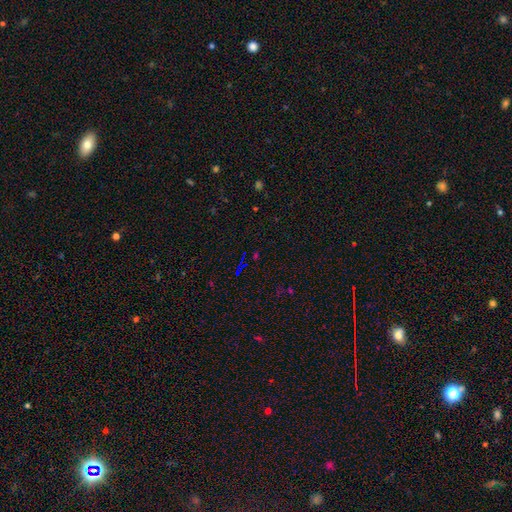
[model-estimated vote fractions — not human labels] Smooth or featured? star or artifact (72%)